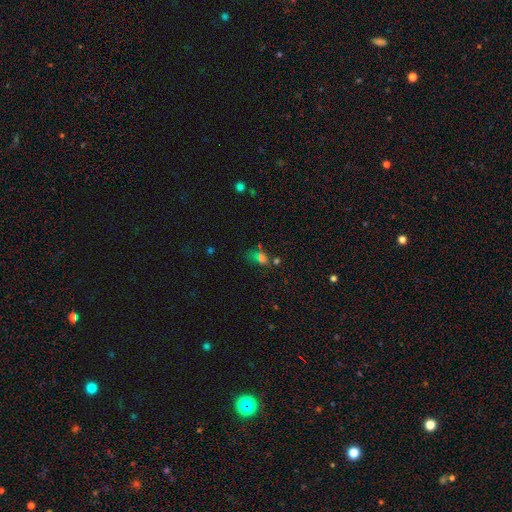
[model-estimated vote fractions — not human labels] Smooth or featured? smooth (45%)
Merging? none (48%)